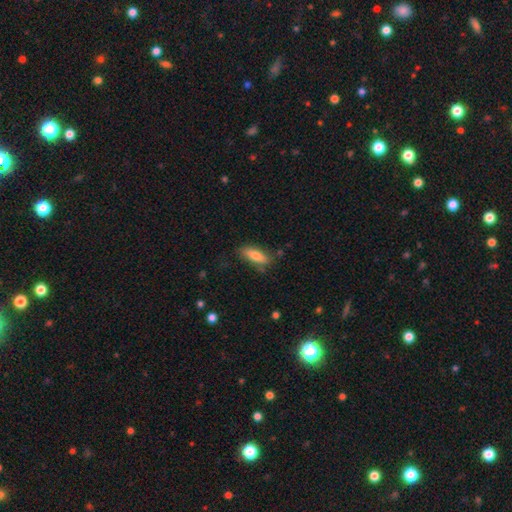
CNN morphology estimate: A smooth galaxy with no disk features (73%) that is in between round and cigar-shaped (59%).

Vote fractions:
- Smooth or featured? smooth: 73% / featured or disk: 21% / star or artifact: 6%
- How rounded? in between: 59% / cigar-shaped: 38% / round: 2%
- Merging? none: 75% / minor disturbance: 18% / major disturbance: 4% / merger: 3%